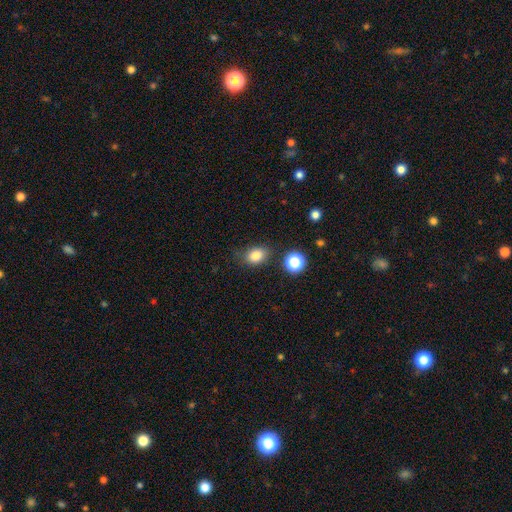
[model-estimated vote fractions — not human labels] This is clearly a smooth galaxy (82%). How rounded: likely in between (63%). Merging: likely none (75%).